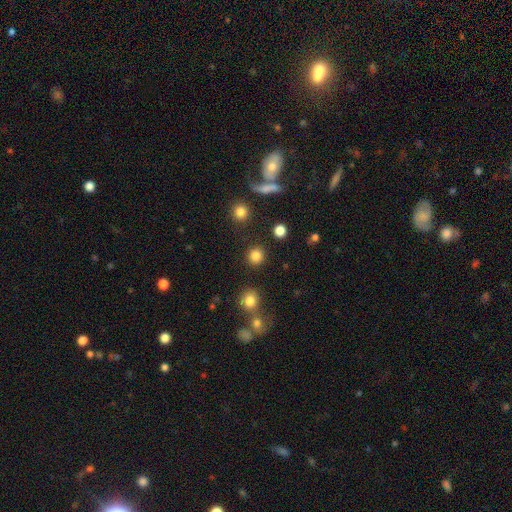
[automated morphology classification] Smooth or featured? smooth (84%)
How rounded? round (91%)
Merging? none (89%)